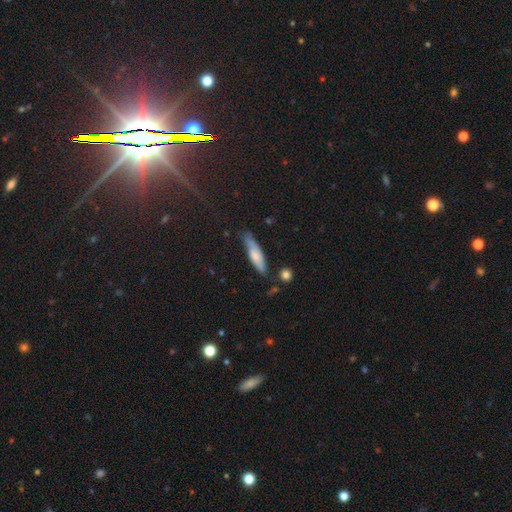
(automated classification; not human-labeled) Morphology: type=smooth (66%); roundness=cigar-shaped (70%); merging=none (62%).